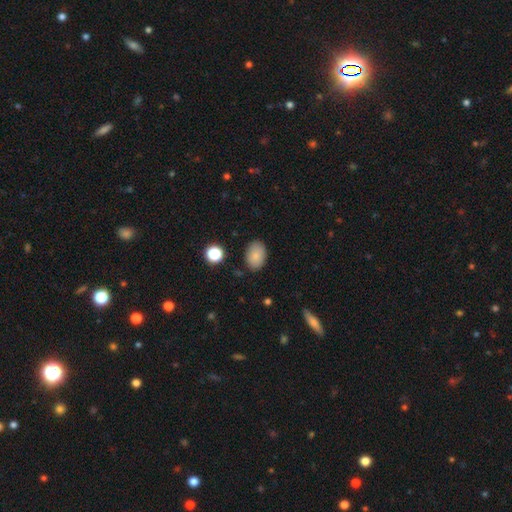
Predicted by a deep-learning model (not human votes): This is clearly a smooth galaxy (82%). How rounded: clearly in between (82%). Merging: clearly none (85%).